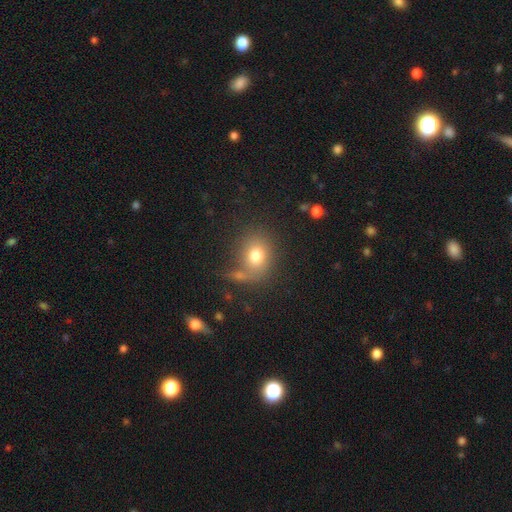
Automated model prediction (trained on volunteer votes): smooth-or-featured: smooth: 77% | featured or disk: 12% | star or artifact: 11%
  how-rounded: round: 62% | in between: 37% | cigar-shaped: 1%
  merging: none: 59% | minor disturbance: 16% | merger: 15% | major disturbance: 9%